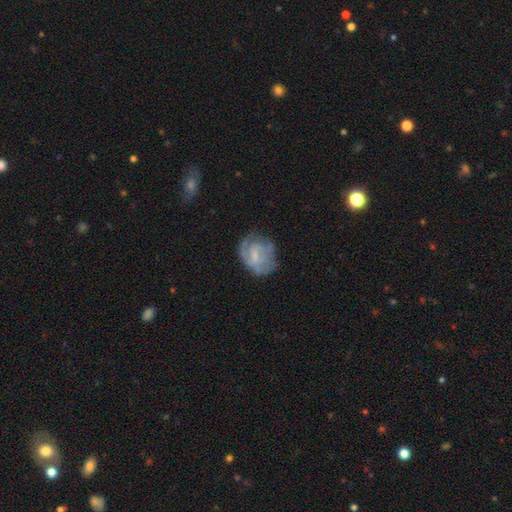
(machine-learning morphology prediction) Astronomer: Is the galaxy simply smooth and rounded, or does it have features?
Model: featured or disk — 63%.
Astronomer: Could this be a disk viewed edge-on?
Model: no — 97%.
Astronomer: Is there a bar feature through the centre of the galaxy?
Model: weak — 48% (runner-up: no, 42%).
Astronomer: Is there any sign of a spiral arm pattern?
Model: yes — 72%.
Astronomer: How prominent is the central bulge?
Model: small — 52%.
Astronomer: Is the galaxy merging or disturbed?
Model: none — 52%.